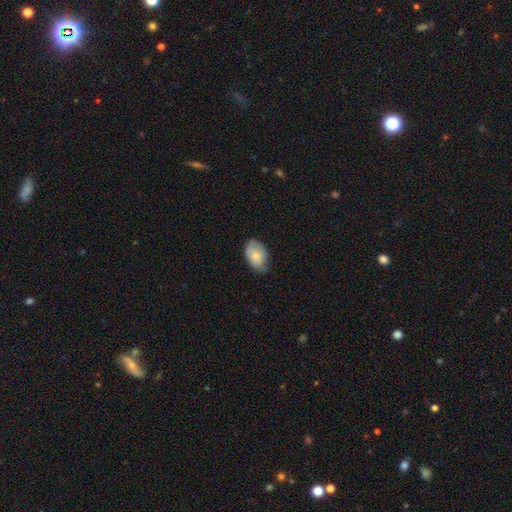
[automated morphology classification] Smooth or featured? Predicted: smooth (p=0.73). How rounded? Predicted: in between (p=0.86). Merging? Predicted: none (p=0.57).